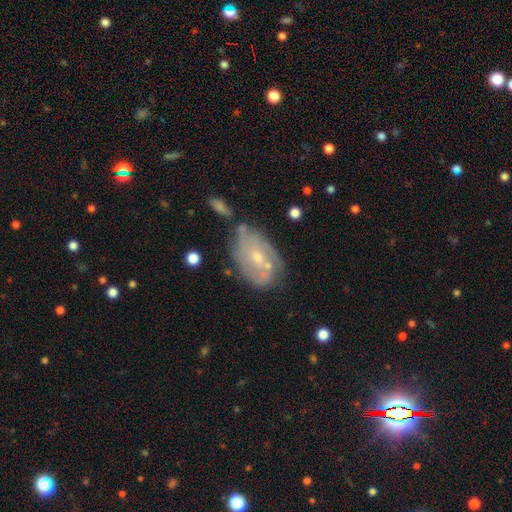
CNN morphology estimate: smooth-or-featured: featured or disk: 72% | smooth: 21% | star or artifact: 7%
  disk-edge-on: no: 95% | yes: 5%
    bar: no: 66% | weak: 28% | strong: 5%
    has-spiral-arms: yes: 77% | no: 23%
      spiral-winding: tight: 52% | medium: 35% | loose: 13%
      spiral-arm-count: can't tell: 45% | 2: 30% | 3: 13% | 4: 5% | 1: 4% | more than 4: 3%
    bulge-size: small: 63% | moderate: 33% | none: 2% | large: 1% | dominant: 1%
  merging: none: 51% | minor disturbance: 25% | merger: 13% | major disturbance: 11%